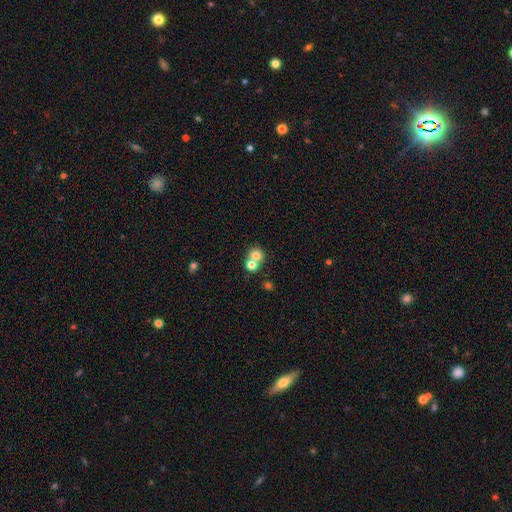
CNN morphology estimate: This is likely a smooth galaxy (74%). How rounded: clearly round (81%). Merging: possibly merger (54%).